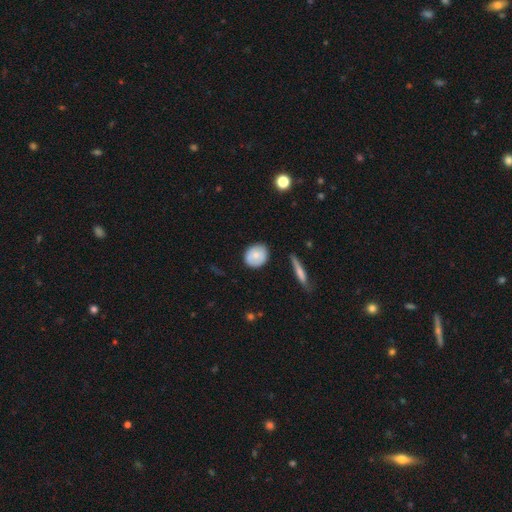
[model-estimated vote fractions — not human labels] smooth-or-featured: smooth: 72% | featured or disk: 22% | star or artifact: 7%
  how-rounded: round: 63% | in between: 35% | cigar-shaped: 2%
  merging: none: 79% | minor disturbance: 15% | major disturbance: 3% | merger: 2%